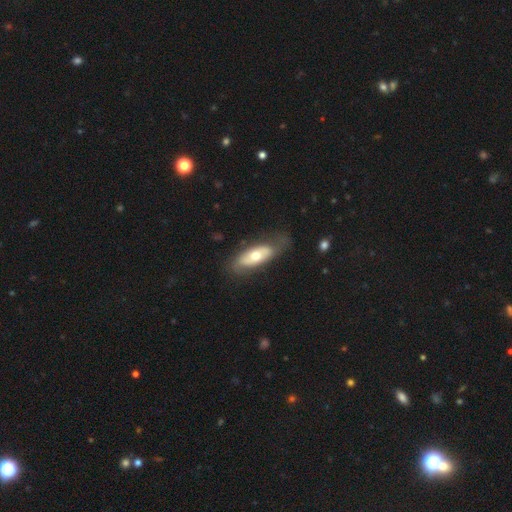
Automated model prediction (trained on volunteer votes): Morphology: type=smooth (50%); merging=none (65%).